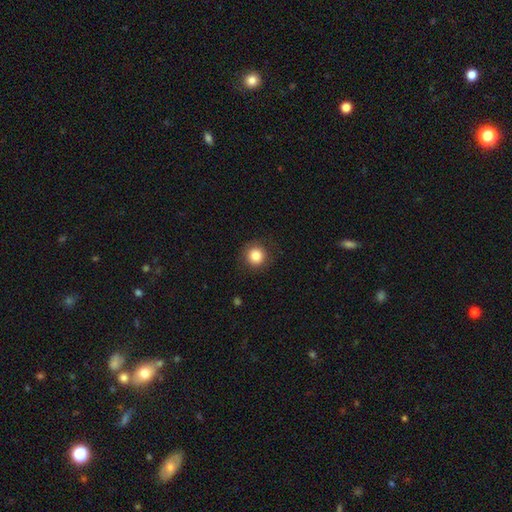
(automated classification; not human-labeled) The model was most divided on "smooth or featured": smooth: 83%, star or artifact: 10%, featured or disk: 7%. More confident: how rounded — round (94%); merging — none (88%).